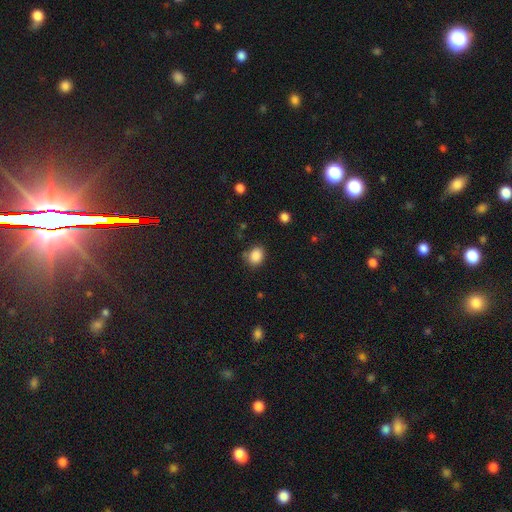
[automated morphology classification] smooth 86%, star or artifact 10%, featured or disk 4%. Down the decision tree: how rounded — round (52%); merging — none (76%).